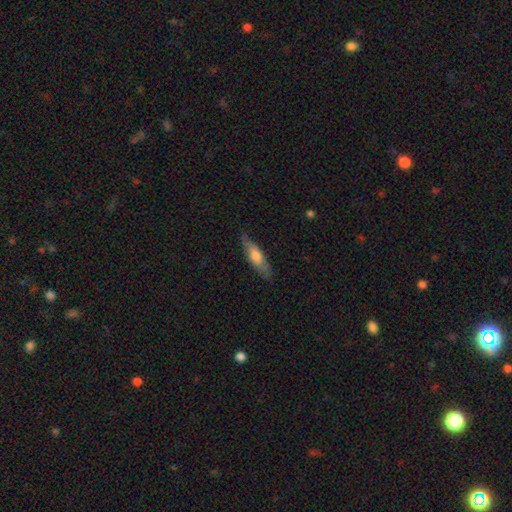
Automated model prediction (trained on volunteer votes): Smooth or featured? Predicted: smooth (p=0.61). How rounded? Predicted: cigar-shaped (p=0.62). Merging? Predicted: none (p=0.80).